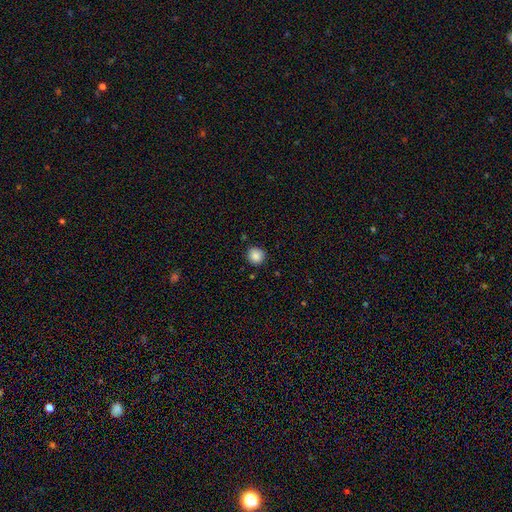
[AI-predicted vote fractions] Smooth or featured? smooth (87%)
How rounded? round (89%)
Merging? none (88%)